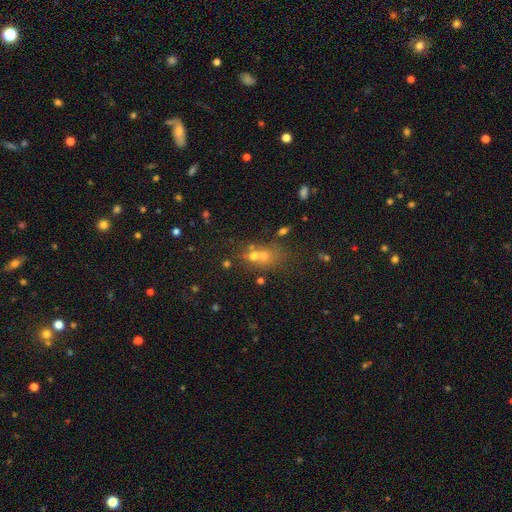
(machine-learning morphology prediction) Smooth or featured: smooth — 49% (star or artifact — 30%)
Merging: merger — 48% (none — 39%)